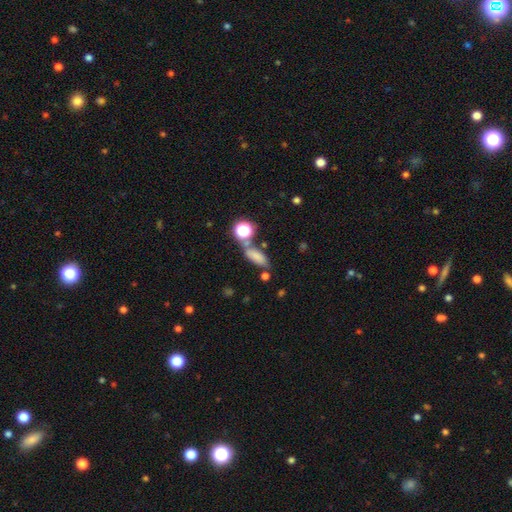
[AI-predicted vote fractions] Smooth or featured? smooth (75%)
How rounded? in between (69%)
Merging? none (56%)